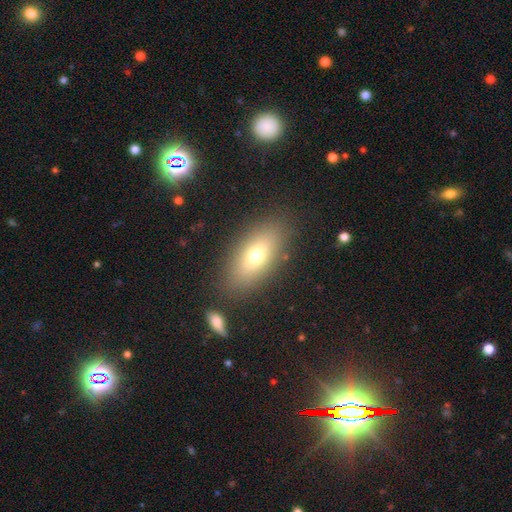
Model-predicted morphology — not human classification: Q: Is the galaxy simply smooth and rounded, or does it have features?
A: smooth — 69%.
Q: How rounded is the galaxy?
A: in between — 82%.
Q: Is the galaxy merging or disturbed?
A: none — 83%.